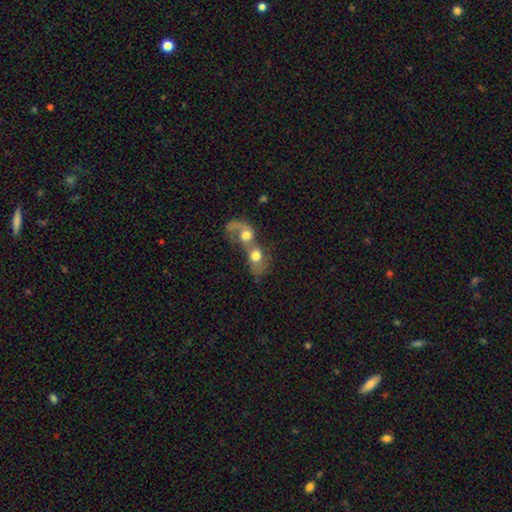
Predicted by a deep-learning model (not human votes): smooth 58%, featured or disk 33%, star or artifact 9%. Down the decision tree: how rounded — in between (51%); merging — merger (84%).